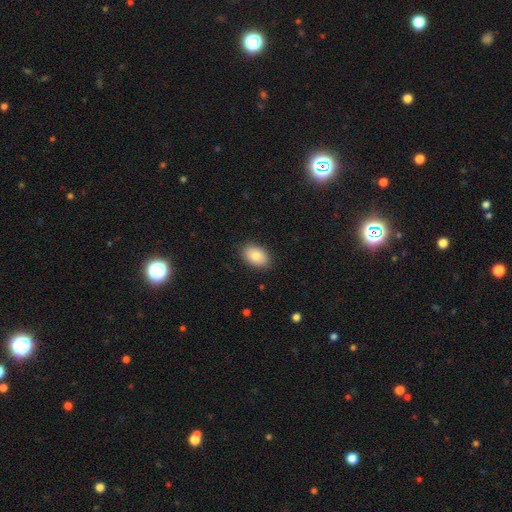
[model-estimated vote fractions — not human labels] The model was most divided on "smooth or featured": smooth: 84%, featured or disk: 9%, star or artifact: 7%. More confident: merging — none (88%); how rounded — in between (87%).